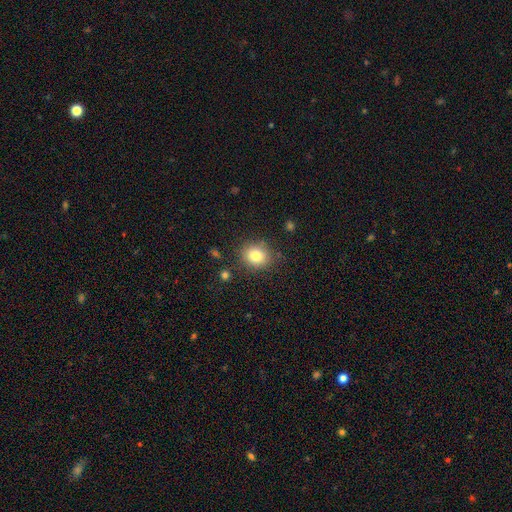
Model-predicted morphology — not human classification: smooth_or_featured: smooth (p=0.82) [alt: star or artifact p=0.10]
how_rounded: round (p=0.70) [alt: in between p=0.29]
merging: none (p=0.83) [alt: minor disturbance p=0.11]